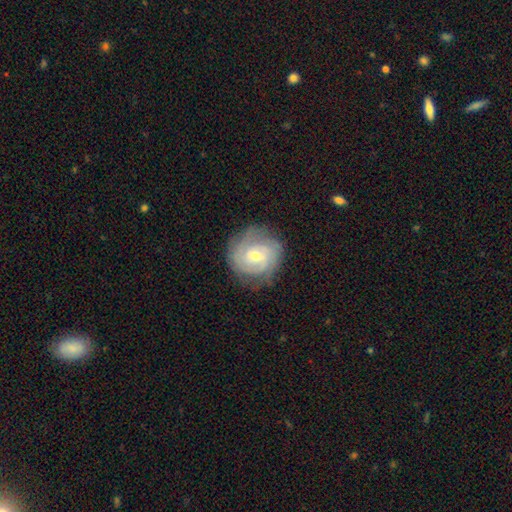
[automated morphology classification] The model was most divided on "spiral arm count": 2: 34%, can't tell: 32%, 3: 18%, 4: 6%, 1: 5%, more than 4: 4%. More confident: edge-on disk — no (98%); spiral arms — yes (93%); merging — none (77%); smooth or featured — featured or disk (76%); spiral winding — tight (65%); bar — no (52%); bulge size — small (51%).